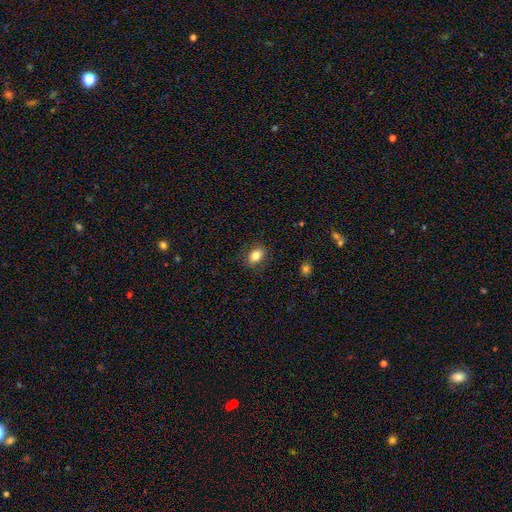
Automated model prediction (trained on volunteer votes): Smooth or featured: smooth — 81% (featured or disk — 10%)
How rounded: in between — 77% (round — 21%)
Merging: none — 84% (minor disturbance — 12%)